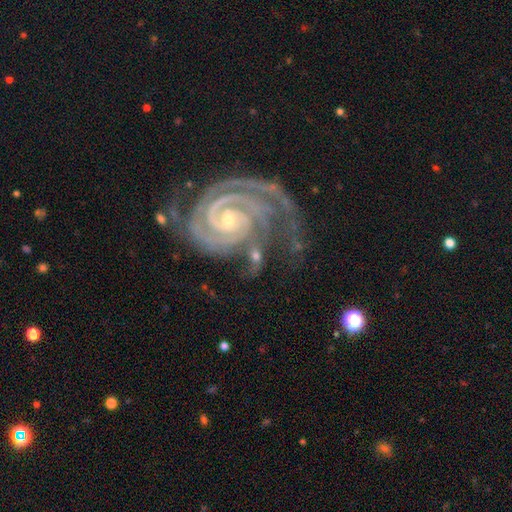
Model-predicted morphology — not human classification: featured or disk 78%, smooth 13%, star or artifact 8%. Down the decision tree: edge-on disk — no (97%); bar — no (45%); spiral arms — yes (96%); spiral arm count — 2 (51%); spiral winding — tight (67%); bulge size — moderate (53%); merging — none (48%).